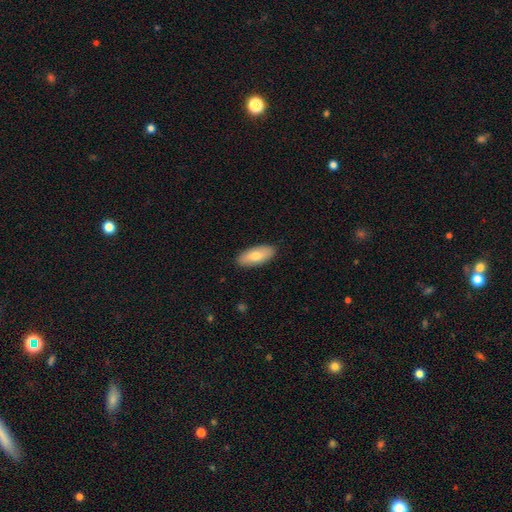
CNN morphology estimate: Smooth or featured? smooth (73%)
How rounded? in between (81%)
Merging? none (89%)